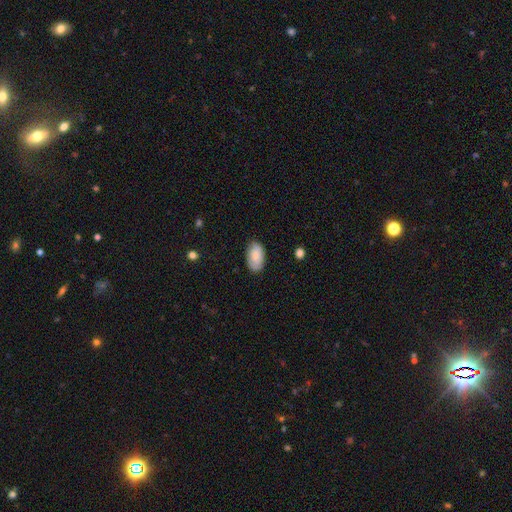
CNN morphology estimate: A smooth galaxy with no disk features (80%) that is in between round and cigar-shaped (94%). Merging: none (80%).